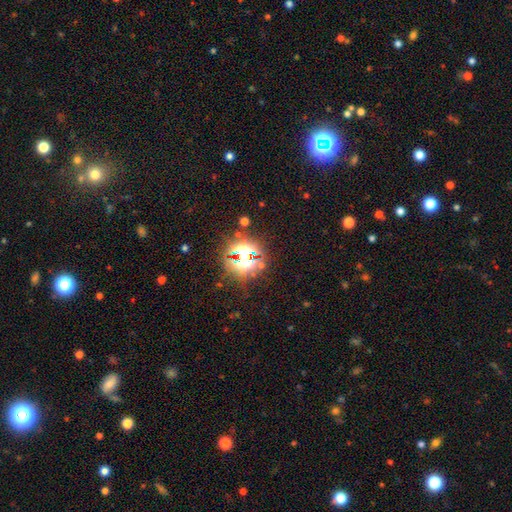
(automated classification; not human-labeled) This is likely a star or artifact rather than a galaxy (80%).